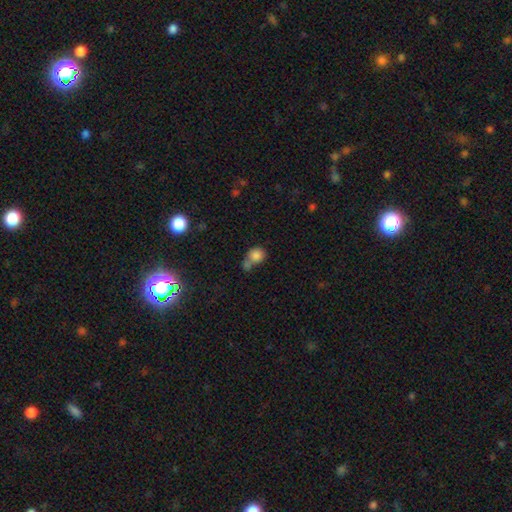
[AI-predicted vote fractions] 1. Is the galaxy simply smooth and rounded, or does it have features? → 81% smooth, 11% star or artifact, 8% featured or disk.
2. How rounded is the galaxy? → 68% round, 30% in between, 1% cigar-shaped.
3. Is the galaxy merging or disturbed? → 45% merger, 33% none, 14% minor disturbance, 9% major disturbance.